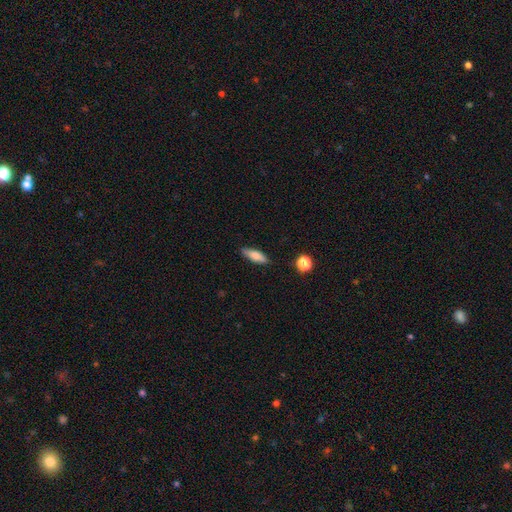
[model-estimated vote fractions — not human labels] Morphology: type=smooth (73%); roundness=in between (50%); merging=none (86%).